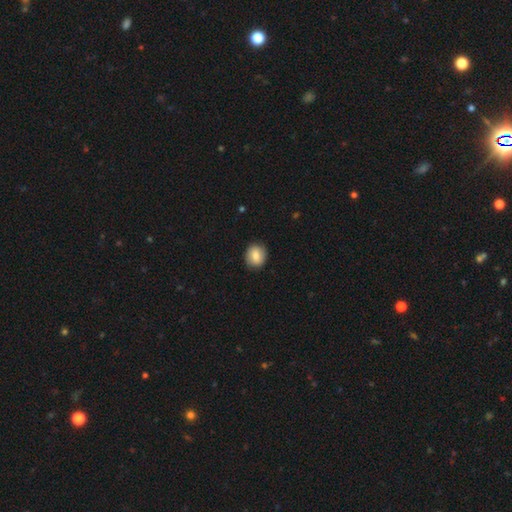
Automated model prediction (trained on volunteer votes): This appears to be a smooth galaxy with no disk features (80%) that is round (74%). Merging: none (88%).